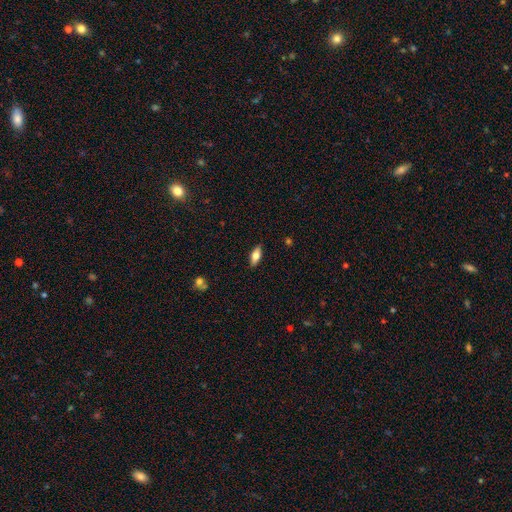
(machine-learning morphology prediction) Smooth or featured: smooth — 67% (featured or disk — 25%)
How rounded: in between — 79% (cigar-shaped — 18%)
Merging: none — 88% (minor disturbance — 9%)